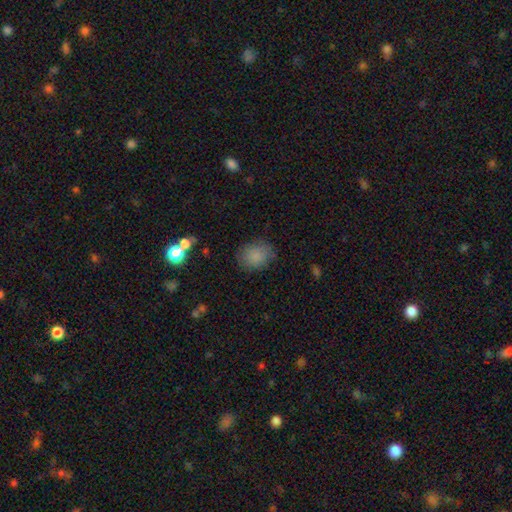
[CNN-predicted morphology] type=smooth (84%); roundness=round (53%); merging=none (81%).